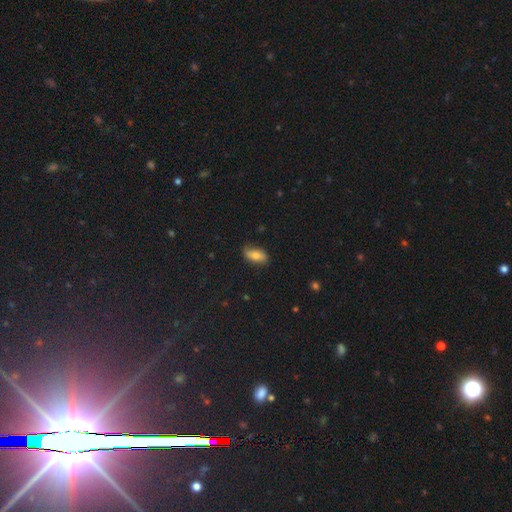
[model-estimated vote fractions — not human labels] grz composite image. It shows a smooth galaxy with no disk features (66%) that is in between round and cigar-shaped (89%). Merging: none (70%).